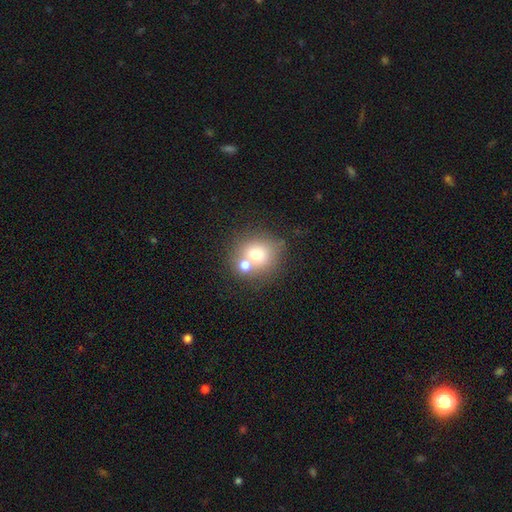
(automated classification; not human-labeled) Morphology: type=smooth (70%); roundness=round (82%); merging=none (48%).